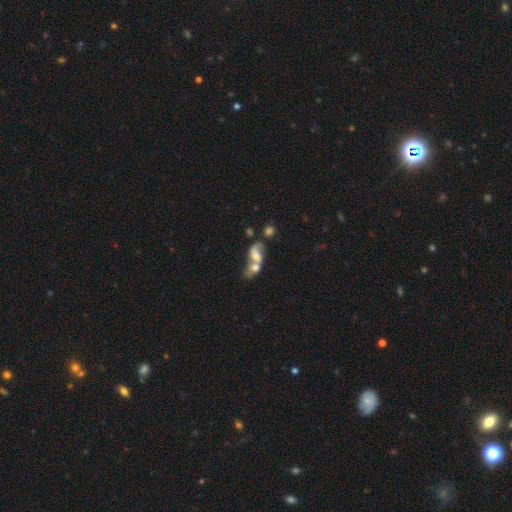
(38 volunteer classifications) Morphology: type=smooth (58%); roundness=in between (86%); merging=merger (89%).